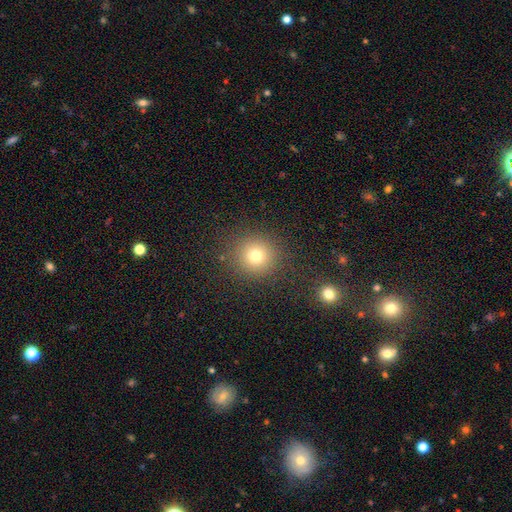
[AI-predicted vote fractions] Overall: smooth (75%). How rounded: round (92%). Merging: none (87%).